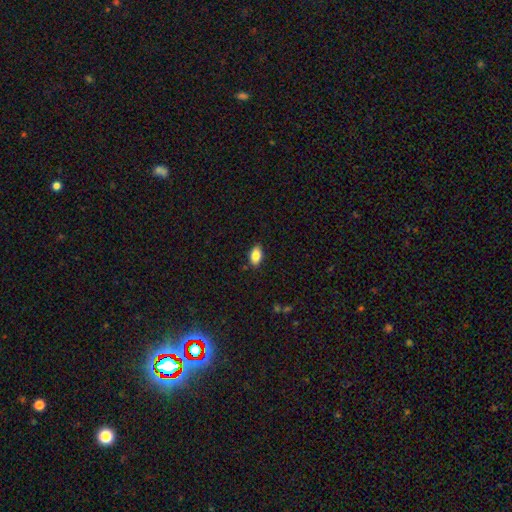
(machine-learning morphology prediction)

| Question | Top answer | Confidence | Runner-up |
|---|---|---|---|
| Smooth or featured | smooth | 86% | star or artifact (8%) |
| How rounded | in between | 91% | round (6%) |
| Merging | none | 87% | minor disturbance (10%) |